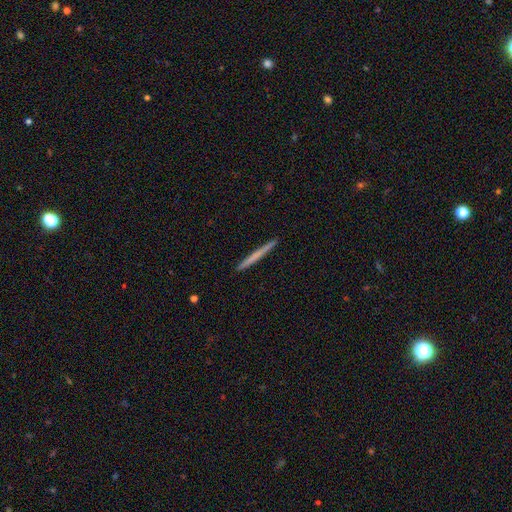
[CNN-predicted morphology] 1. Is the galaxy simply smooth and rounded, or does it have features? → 56% smooth, 38% featured or disk, 6% star or artifact.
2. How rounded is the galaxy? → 97% cigar-shaped, 2% in between, 1% round.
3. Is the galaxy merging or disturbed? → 93% none, 5% minor disturbance, 1% major disturbance, 1% merger.